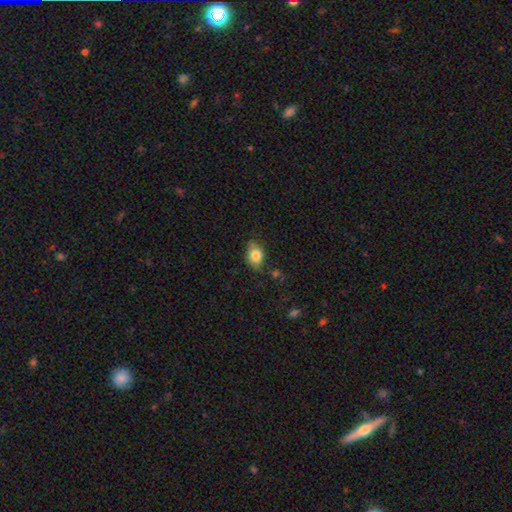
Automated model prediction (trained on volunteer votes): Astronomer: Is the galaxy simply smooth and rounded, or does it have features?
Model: smooth — 81%.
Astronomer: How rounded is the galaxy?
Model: in between — 78%.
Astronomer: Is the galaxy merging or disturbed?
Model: none — 73%.